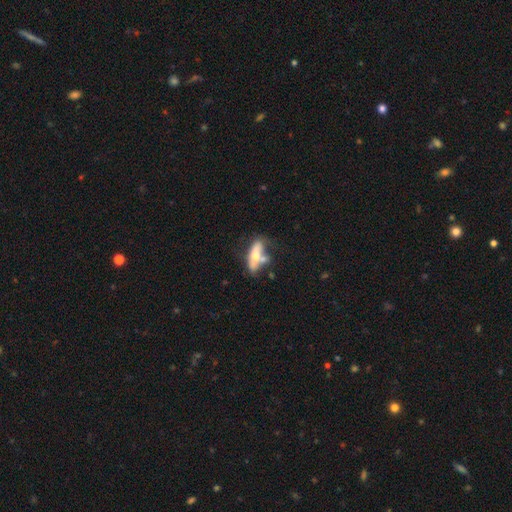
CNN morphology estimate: smooth 53%, featured or disk 41%, star or artifact 7%. Down the decision tree: how rounded — in between (58%); merging — none (34%).